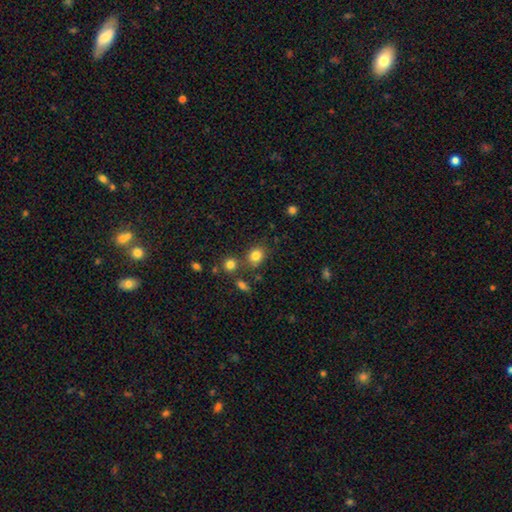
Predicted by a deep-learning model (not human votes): This is clearly a smooth galaxy (82%). How rounded: possibly round (59%). Merging: likely none (70%).